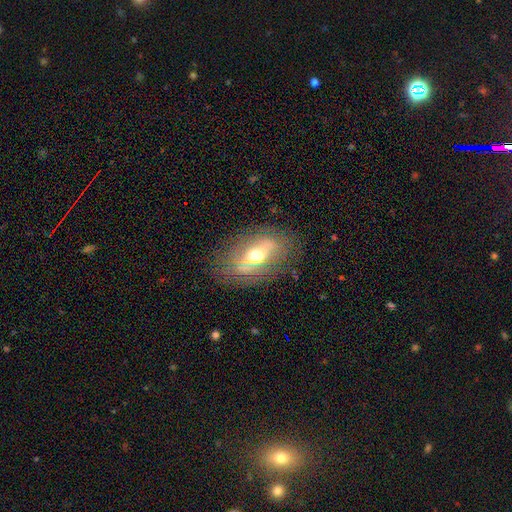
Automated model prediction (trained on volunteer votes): smooth_or_featured: featured or disk (p=0.44) [alt: smooth p=0.42]
merging: none (p=0.76) [alt: minor disturbance p=0.15]